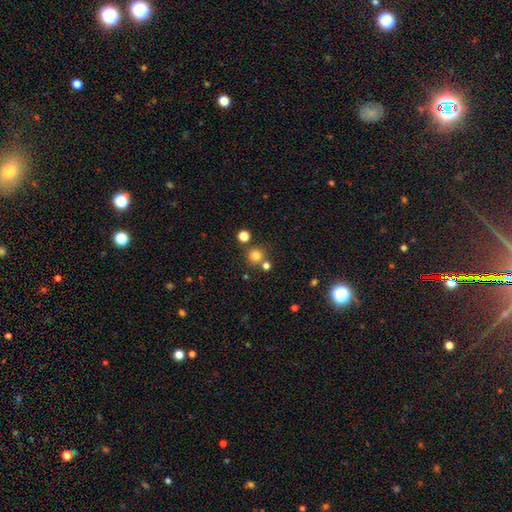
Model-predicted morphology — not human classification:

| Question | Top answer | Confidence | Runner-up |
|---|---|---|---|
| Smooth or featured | smooth | 76% | star or artifact (17%) |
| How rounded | round | 89% | in between (10%) |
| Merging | none | 72% | merger (16%) |